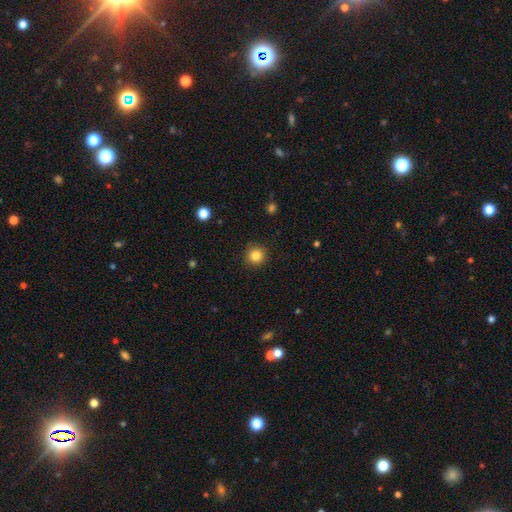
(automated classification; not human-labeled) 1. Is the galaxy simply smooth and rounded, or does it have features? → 84% smooth, 11% star or artifact, 5% featured or disk.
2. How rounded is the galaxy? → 94% round, 5% in between, 1% cigar-shaped.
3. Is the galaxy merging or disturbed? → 91% none, 6% minor disturbance, 2% major disturbance, 1% merger.